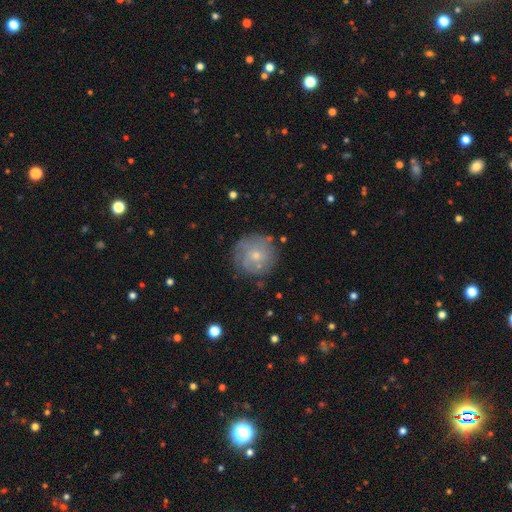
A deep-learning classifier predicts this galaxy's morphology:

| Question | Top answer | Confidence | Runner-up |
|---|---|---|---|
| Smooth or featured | smooth | 47% | featured or disk (45%) |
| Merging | none | 75% | minor disturbance (16%) |